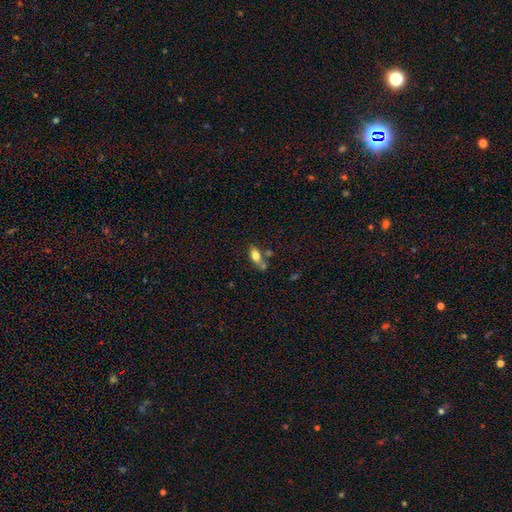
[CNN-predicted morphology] smooth_or_featured: smooth (p=0.70) [alt: featured or disk p=0.22]
how_rounded: in between (p=0.82) [alt: cigar-shaped p=0.14]
merging: none (p=0.53) [alt: merger p=0.22]